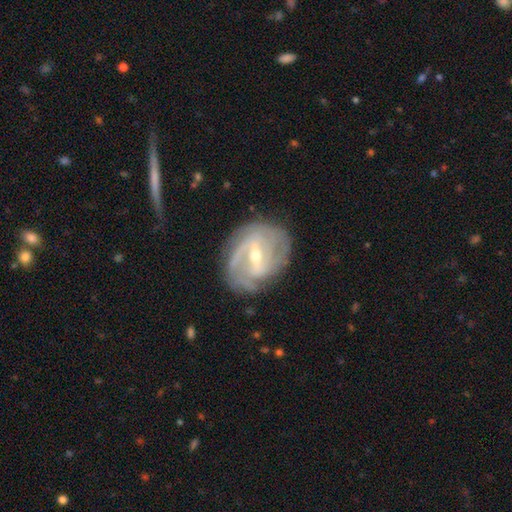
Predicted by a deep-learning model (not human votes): Q: Smooth or featured?
A: featured or disk (87%); runner-up: smooth (8%)
Q: Edge-on disk?
A: no (96%); runner-up: yes (4%)
Q: Bar?
A: weak (45%); tied with: strong (45%)
Q: Spiral arms?
A: yes (94%); runner-up: no (6%)
Q: Spiral winding?
A: tight (43%); runner-up: medium (41%)
Q: Spiral arm count?
A: 2 (47%); runner-up: can't tell (21%)
Q: Bulge size?
A: moderate (51%); runner-up: small (45%)
Q: Merging?
A: none (74%); runner-up: minor disturbance (18%)